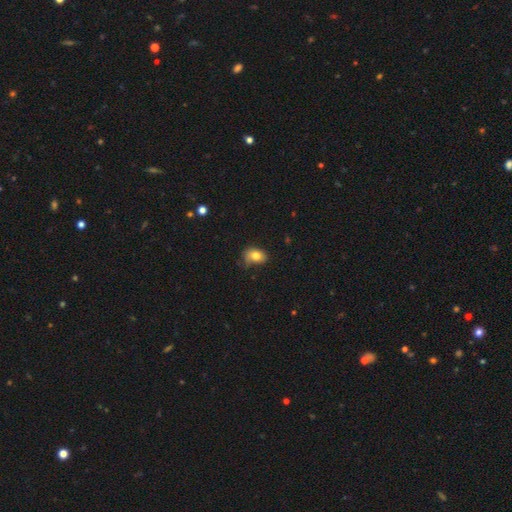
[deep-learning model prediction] Morphology: type=smooth (78%); roundness=in between (72%); merging=none (57%).